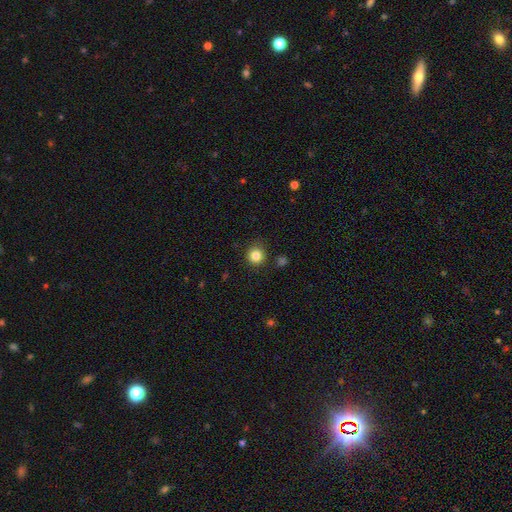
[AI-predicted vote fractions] Smooth or featured? smooth (83%)
How rounded? round (93%)
Merging? none (88%)